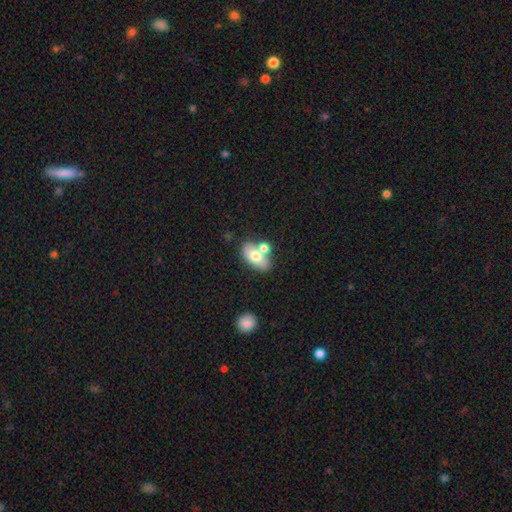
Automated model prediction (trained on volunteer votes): This is likely a smooth galaxy (66%). How rounded: clearly in between (88%). Merging: possibly none (49%).